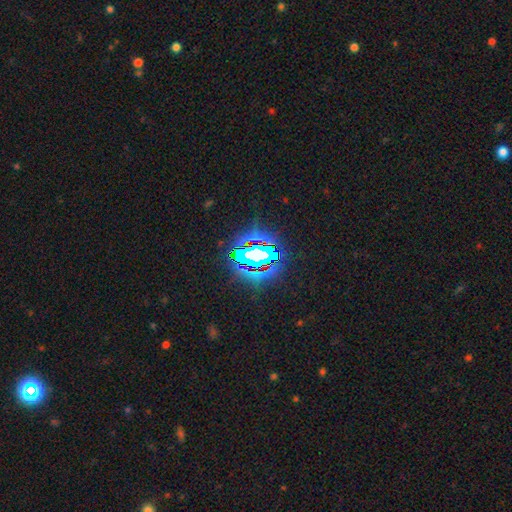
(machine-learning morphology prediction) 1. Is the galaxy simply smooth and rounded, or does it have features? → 74% star or artifact, 13% smooth, 12% featured or disk.